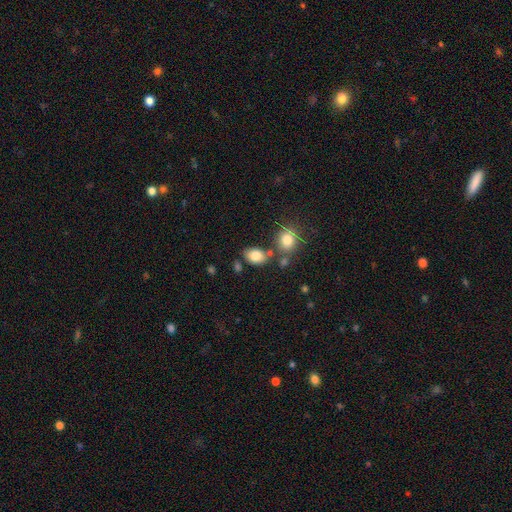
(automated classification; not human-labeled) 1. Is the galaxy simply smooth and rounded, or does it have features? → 83% smooth, 10% star or artifact, 8% featured or disk.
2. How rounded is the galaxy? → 78% in between, 21% round, 1% cigar-shaped.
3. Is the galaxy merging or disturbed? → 67% none, 15% minor disturbance, 13% merger, 4% major disturbance.